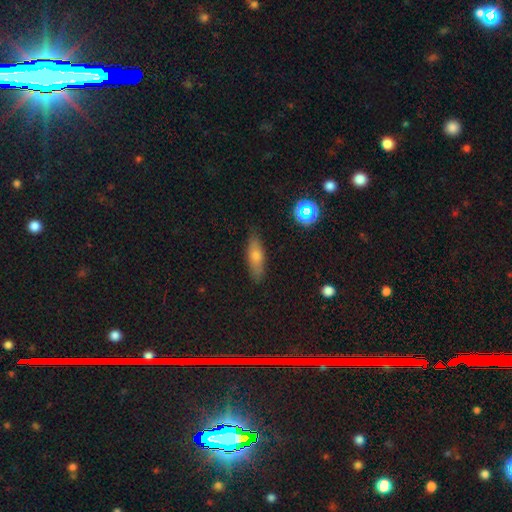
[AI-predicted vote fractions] This is likely a smooth galaxy (67%). How rounded: possibly in between (48%, tied with cigar-shaped). Merging: clearly none (85%).